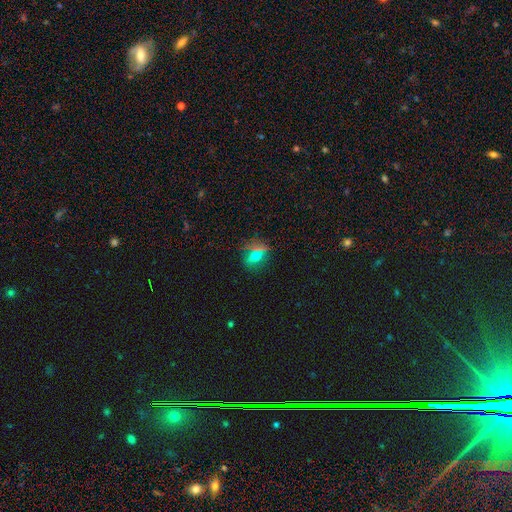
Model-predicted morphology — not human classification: The model was most divided on "smooth or featured": smooth: 58%, star or artifact: 29%, featured or disk: 13%. More confident: merging — none (80%); how rounded — round (72%).